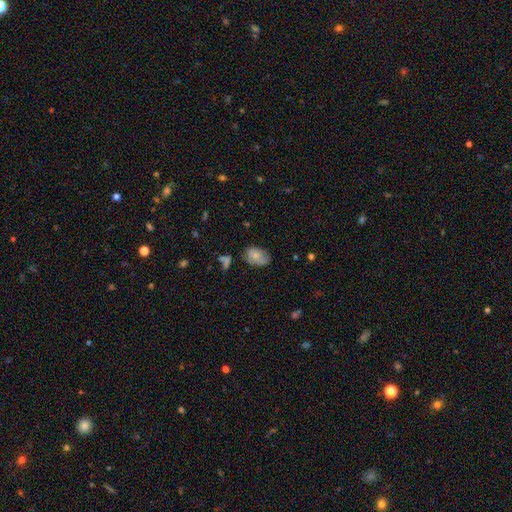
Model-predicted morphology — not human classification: The model was most divided on "merging": none: 54%, minor disturbance: 32%, major disturbance: 10%, merger: 4%. More confident: how rounded — in between (88%); smooth or featured — smooth (70%).